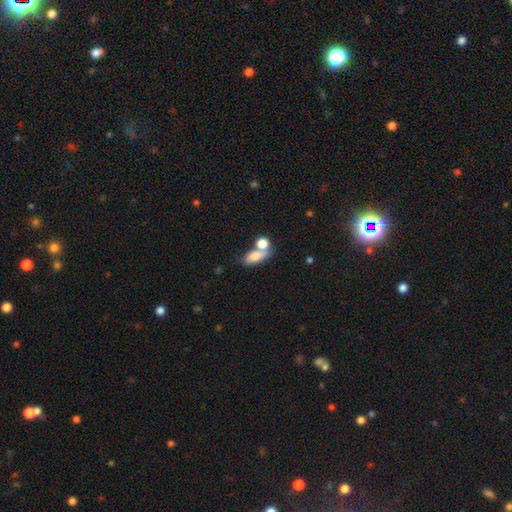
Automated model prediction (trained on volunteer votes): A smooth galaxy with no disk features (76%) that is in between round and cigar-shaped (71%).

Vote fractions:
- Smooth or featured? smooth: 76% / featured or disk: 15% / star or artifact: 9%
- How rounded? in between: 71% / cigar-shaped: 15% / round: 14%
- Merging? none: 42% / merger: 37% / minor disturbance: 14% / major disturbance: 7%